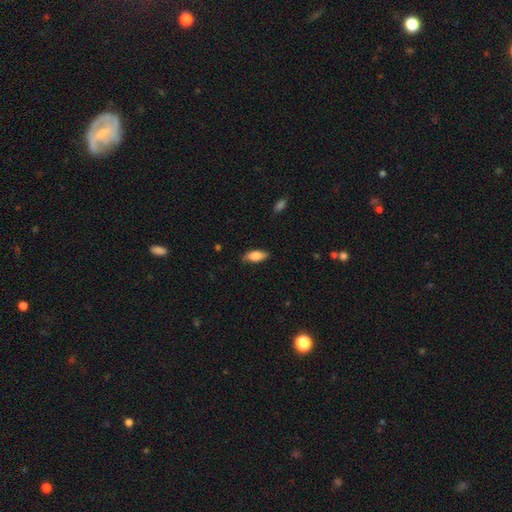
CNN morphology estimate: This appears to be a smooth galaxy with no disk features (80%) that is in between round and cigar-shaped (81%). Merging: none (83%).